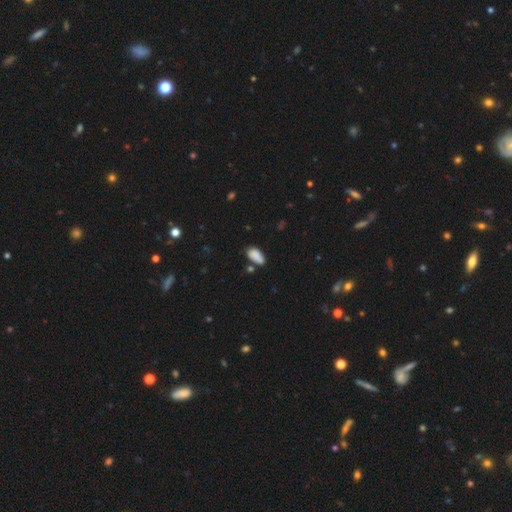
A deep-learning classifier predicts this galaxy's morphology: A smooth galaxy with no disk features (87%) that is in between round and cigar-shaped (92%). Merging: none (63%).